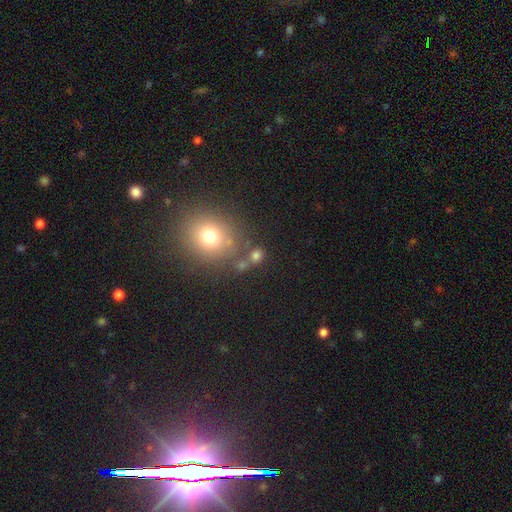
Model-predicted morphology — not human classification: Smooth or featured? smooth (69%)
How rounded? round (70%)
Merging? none (63%)